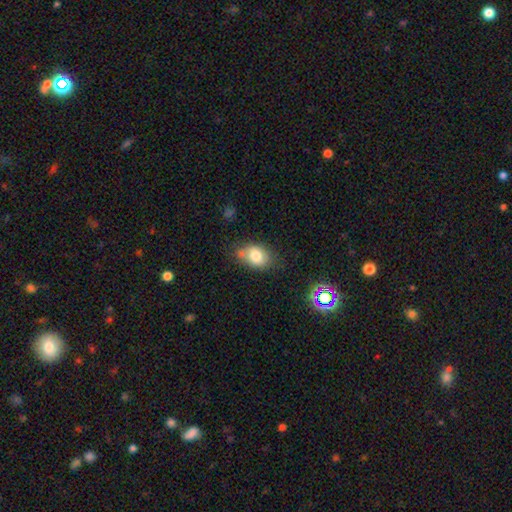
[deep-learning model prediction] A smooth galaxy with no disk features (78%) that is in between round and cigar-shaped (79%).

Vote fractions:
- Smooth or featured? smooth: 78% / featured or disk: 13% / star or artifact: 9%
- How rounded? in between: 79% / round: 20% / cigar-shaped: 1%
- Merging? none: 60% / minor disturbance: 25% / merger: 9% / major disturbance: 6%